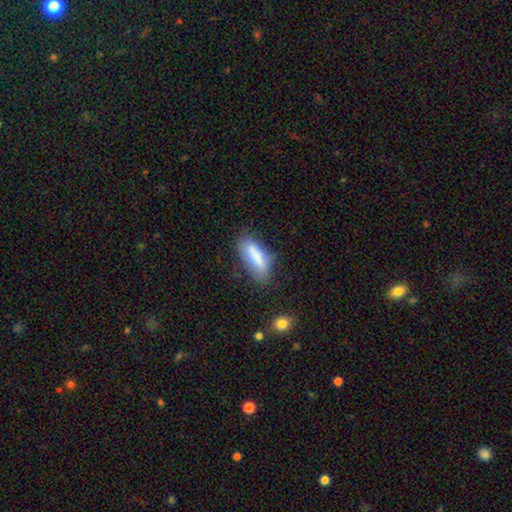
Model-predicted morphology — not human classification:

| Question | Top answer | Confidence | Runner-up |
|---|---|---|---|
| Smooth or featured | smooth | 78% | featured or disk (14%) |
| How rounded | in between | 58% | cigar-shaped (40%) |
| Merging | none | 66% | minor disturbance (23%) |